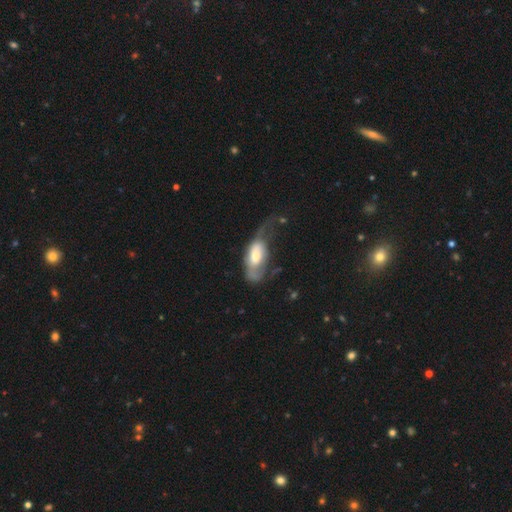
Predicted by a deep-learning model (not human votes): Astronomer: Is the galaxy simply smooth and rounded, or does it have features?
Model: smooth — 52% (runner-up: featured or disk, 41%).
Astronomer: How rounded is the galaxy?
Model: in between — 87%.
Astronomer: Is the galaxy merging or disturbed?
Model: major disturbance — 52%.